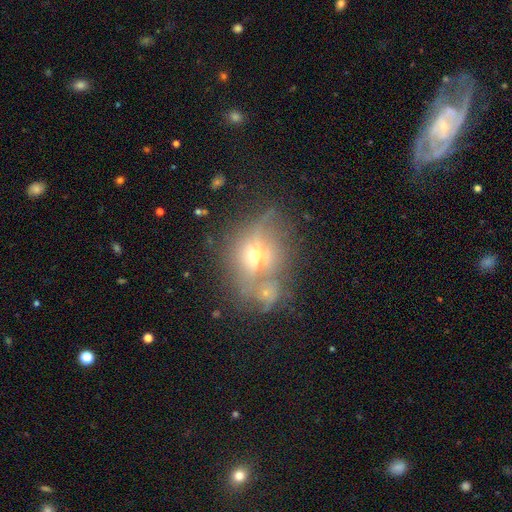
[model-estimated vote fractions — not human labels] Smooth or featured: featured or disk — 51% (smooth — 31%)
Edge-on disk: no — 61% (yes — 39%)
Merging: none — 42% (merger — 29%)